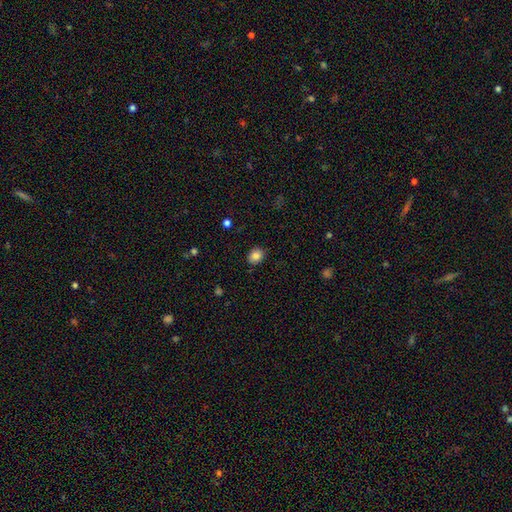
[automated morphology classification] smooth_or_featured: smooth (p=0.85) [alt: star or artifact p=0.09]
how_rounded: round (p=0.55) [alt: in between p=0.45]
merging: none (p=0.86) [alt: minor disturbance p=0.10]